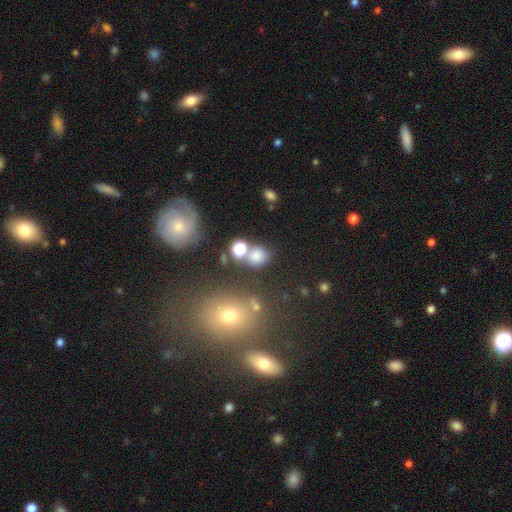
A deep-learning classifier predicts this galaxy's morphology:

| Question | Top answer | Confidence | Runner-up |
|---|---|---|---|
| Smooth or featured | smooth | 71% | star or artifact (19%) |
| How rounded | round | 61% | in between (37%) |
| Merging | none | 54% | merger (25%) |